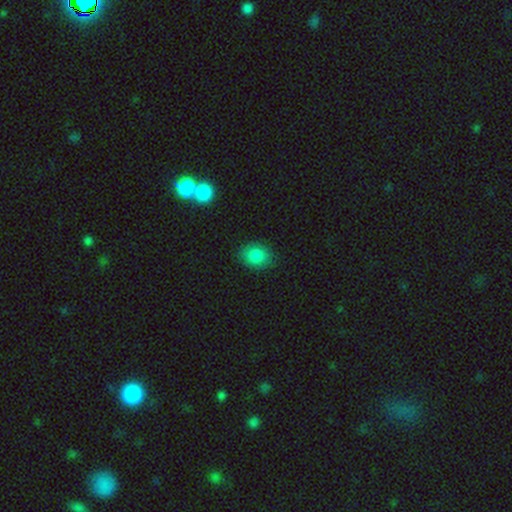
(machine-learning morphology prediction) smooth-or-featured: smooth: 85% | star or artifact: 10% | featured or disk: 5%
  how-rounded: in between: 51% | round: 47% | cigar-shaped: 1%
  merging: none: 84% | minor disturbance: 12% | major disturbance: 3% | merger: 1%